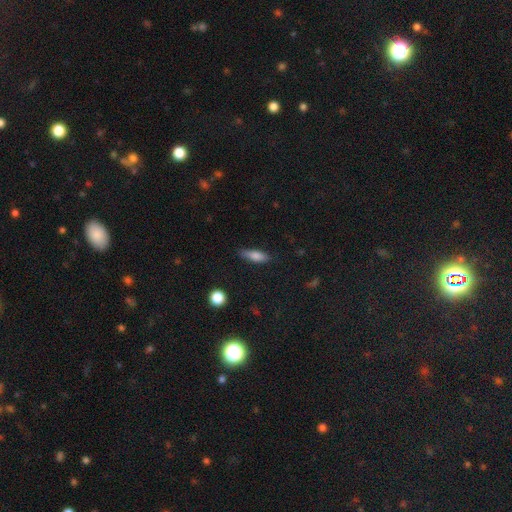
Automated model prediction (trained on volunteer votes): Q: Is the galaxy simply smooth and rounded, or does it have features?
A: smooth — 79%.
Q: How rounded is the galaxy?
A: in between — 53%.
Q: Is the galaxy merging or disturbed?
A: none — 78%.